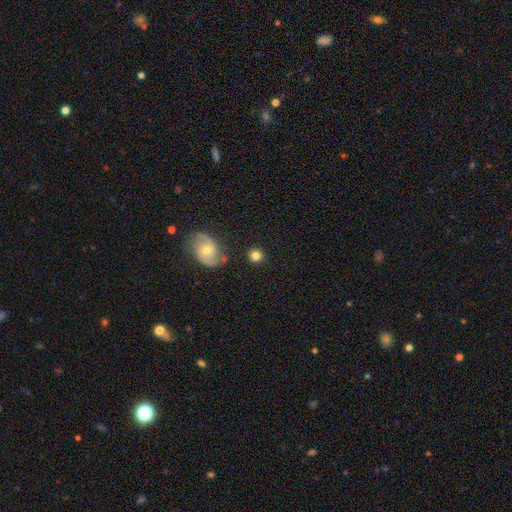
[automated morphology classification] A smooth galaxy with no disk features (79%) that is round (92%). Merging: none (83%).